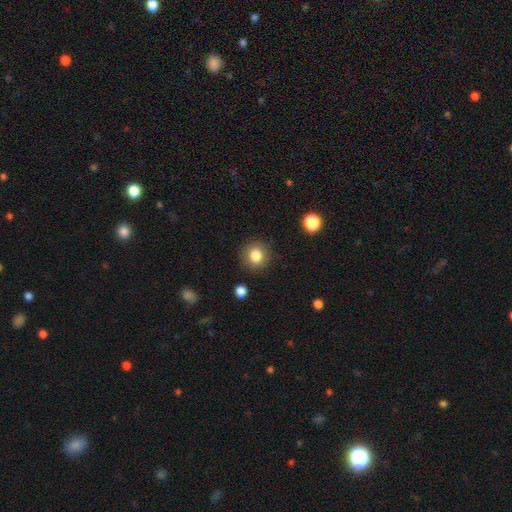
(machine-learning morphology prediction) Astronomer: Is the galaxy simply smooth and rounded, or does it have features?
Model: smooth — 83%.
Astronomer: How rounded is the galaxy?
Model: round — 89%.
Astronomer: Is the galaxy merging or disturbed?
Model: none — 89%.